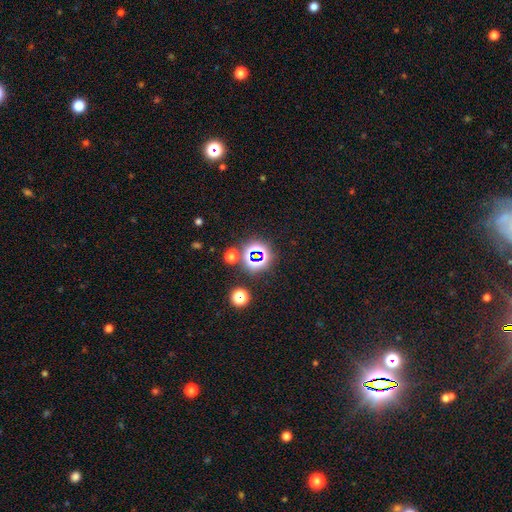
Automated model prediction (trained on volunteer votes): Smooth or featured? Predicted: star or artifact (p=0.66).